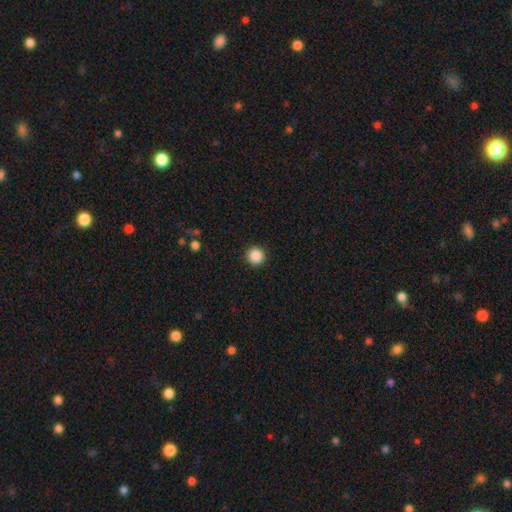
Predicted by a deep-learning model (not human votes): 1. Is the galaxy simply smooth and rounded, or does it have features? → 88% smooth, 10% star or artifact, 3% featured or disk.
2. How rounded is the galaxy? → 96% round, 3% in between, 1% cigar-shaped.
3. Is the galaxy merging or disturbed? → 93% none, 5% minor disturbance, 2% major disturbance, 1% merger.